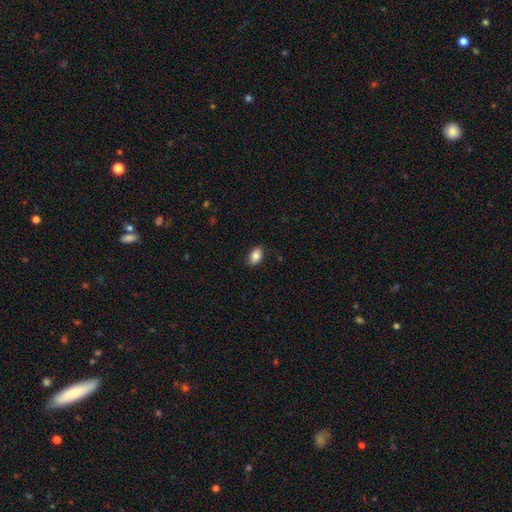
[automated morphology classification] A smooth galaxy with no disk features (85%) that is in between round and cigar-shaped (88%). Merging: none (87%).